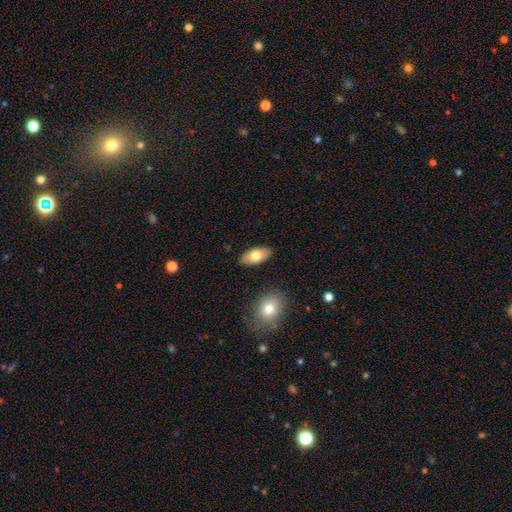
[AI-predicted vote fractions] Smooth or featured? Predicted: smooth (p=0.75). How rounded? Predicted: in between (p=0.92). Merging? Predicted: none (p=0.87).